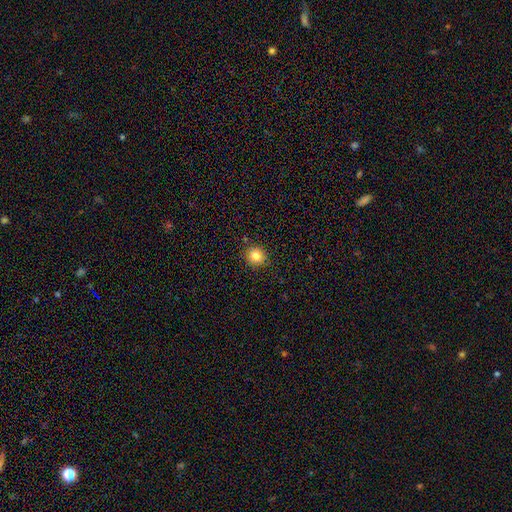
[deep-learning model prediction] smooth 82%, star or artifact 11%, featured or disk 6%. Down the decision tree: how rounded — round (87%); merging — none (88%).